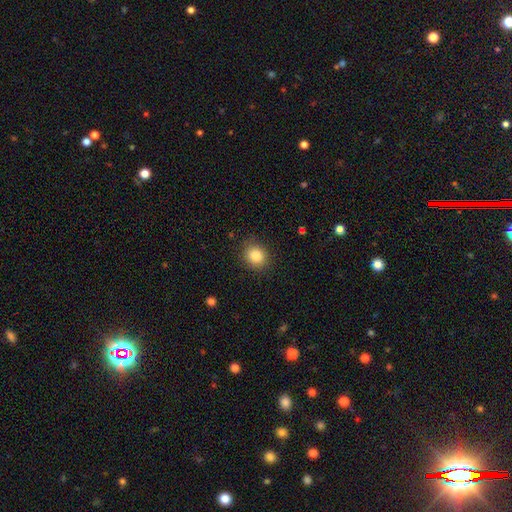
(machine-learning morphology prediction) smooth-or-featured: smooth: 85% | star or artifact: 10% | featured or disk: 5%
  how-rounded: round: 77% | in between: 22% | cigar-shaped: 1%
  merging: none: 87% | minor disturbance: 9% | major disturbance: 3% | merger: 1%